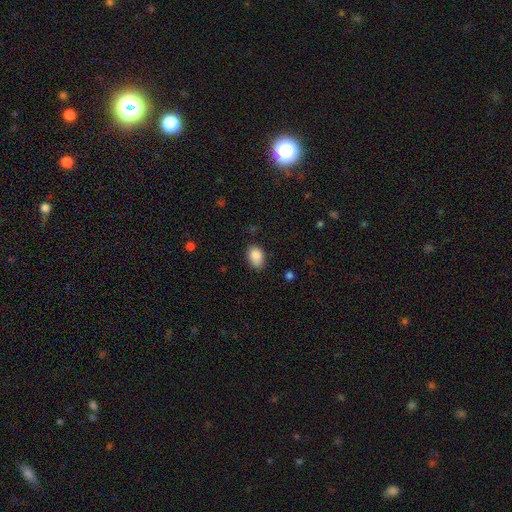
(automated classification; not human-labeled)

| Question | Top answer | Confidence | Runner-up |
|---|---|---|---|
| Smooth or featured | smooth | 88% | star or artifact (8%) |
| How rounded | in between | 79% | round (19%) |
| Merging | none | 71% | minor disturbance (23%) |